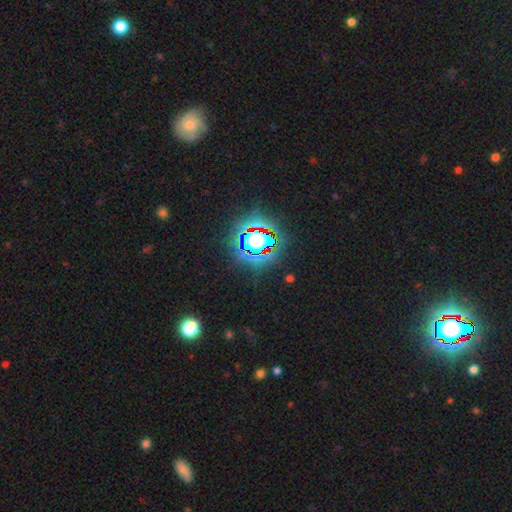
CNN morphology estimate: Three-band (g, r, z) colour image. It shows a star or artifact, not a galaxy (81%).